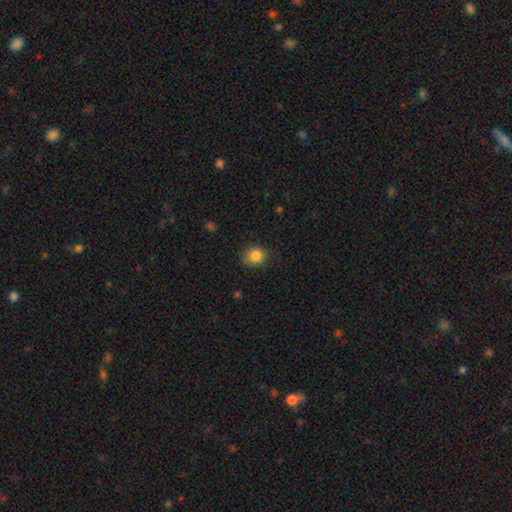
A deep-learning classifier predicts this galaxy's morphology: This is clearly a smooth galaxy (85%). How rounded: likely round (73%). Merging: likely none (79%).